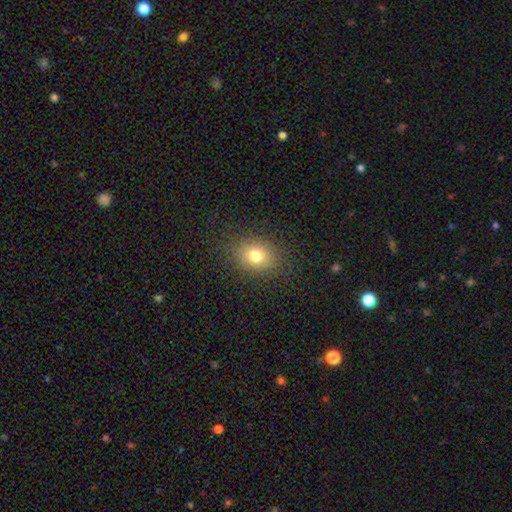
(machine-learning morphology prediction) A smooth galaxy with no disk features (76%) that is round (53%). Merging: none (86%).